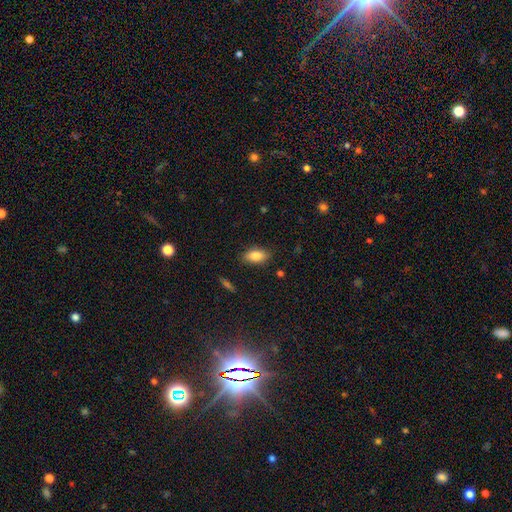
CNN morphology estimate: A smooth galaxy with no disk features (82%) that is in between round and cigar-shaped (88%). Merging: none (84%).